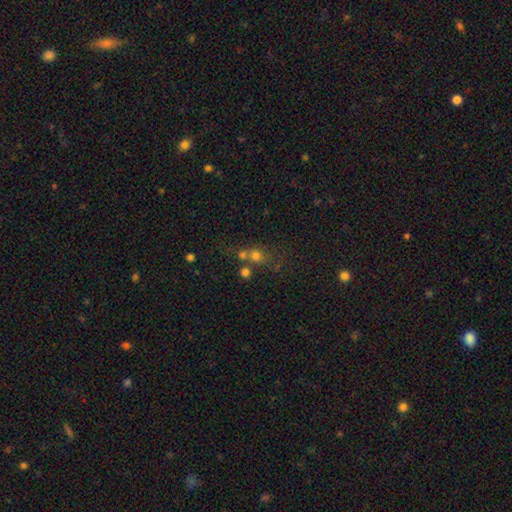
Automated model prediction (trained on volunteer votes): The model was most divided on "merging": none: 44%, merger: 42%, minor disturbance: 8%, major disturbance: 6%. More confident: how rounded — round (81%); smooth or featured — smooth (62%).